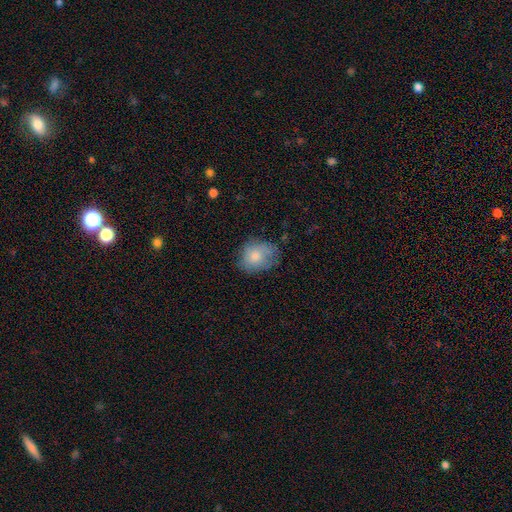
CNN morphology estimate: Smooth or featured? Predicted: smooth (p=0.78). How rounded? Predicted: in between (p=0.52). Merging? Predicted: none (p=0.58).